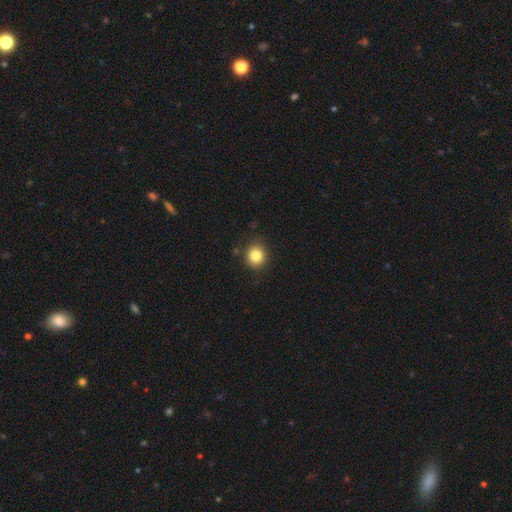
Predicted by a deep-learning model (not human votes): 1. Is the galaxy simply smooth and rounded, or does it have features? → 83% smooth, 11% star or artifact, 6% featured or disk.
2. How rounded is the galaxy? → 85% round, 14% in between, 1% cigar-shaped.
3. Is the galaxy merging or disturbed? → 87% none, 9% minor disturbance, 2% major disturbance, 2% merger.